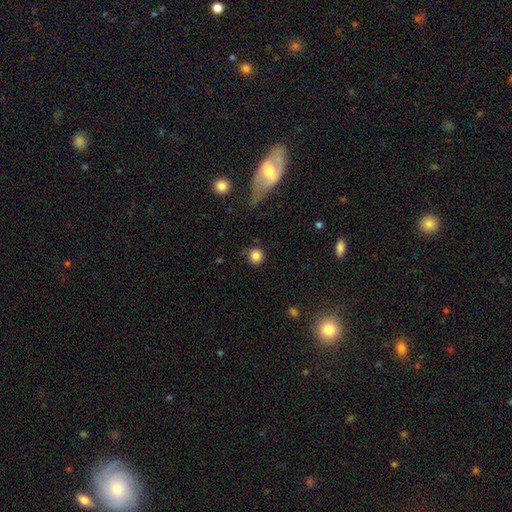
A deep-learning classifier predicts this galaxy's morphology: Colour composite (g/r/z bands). It shows a smooth galaxy with no disk features (85%) that is round (92%). Merging: none (79%).